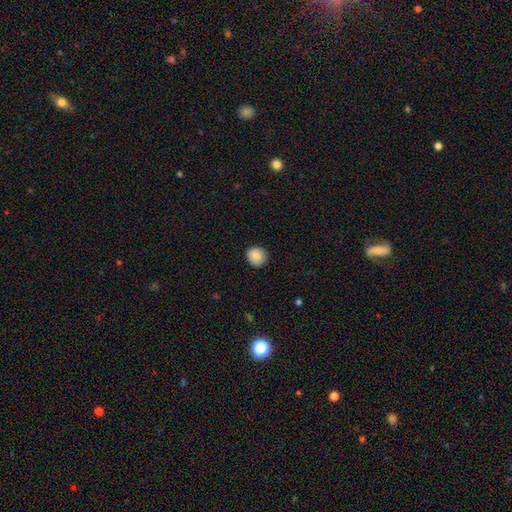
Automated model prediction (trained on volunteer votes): Overall: smooth (88%). How rounded: round (89%). Merging: none (89%).